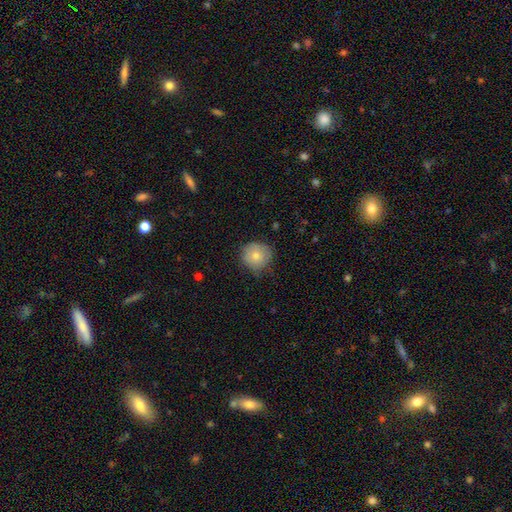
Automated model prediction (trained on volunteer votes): Overall: smooth (78%). How rounded: round (91%). Merging: none (70%).